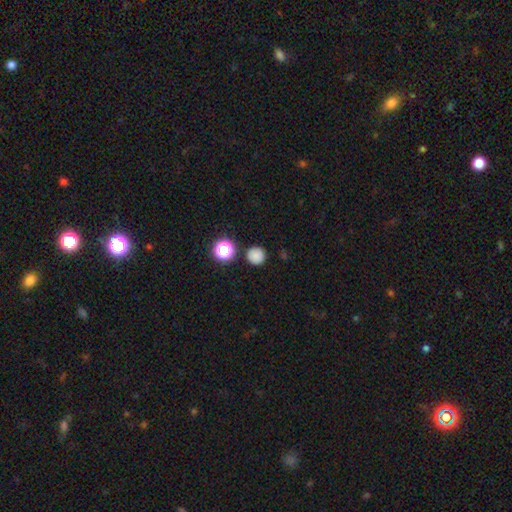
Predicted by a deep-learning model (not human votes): This is clearly a smooth galaxy (82%). How rounded: clearly round (94%). Merging: clearly none (87%).